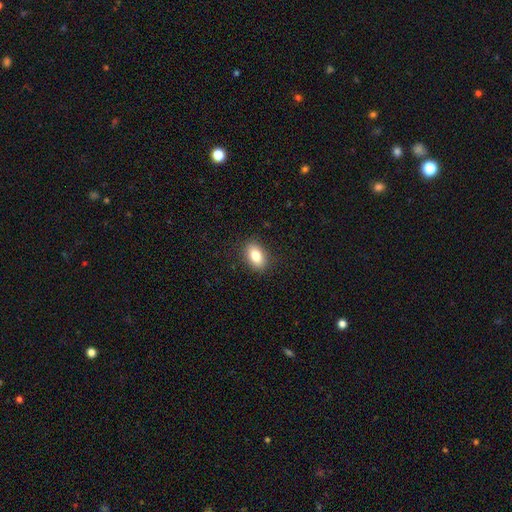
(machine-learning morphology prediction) smooth_or_featured: smooth (p=0.83) [alt: featured or disk p=0.09]
how_rounded: in between (p=0.88) [alt: round p=0.09]
merging: none (p=0.88) [alt: minor disturbance p=0.09]